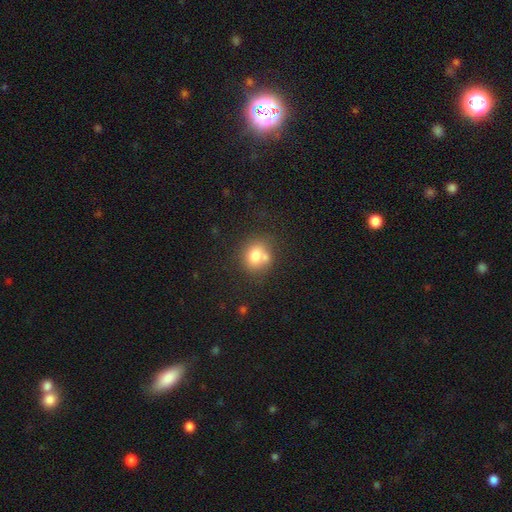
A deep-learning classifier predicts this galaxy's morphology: smooth 74%, featured or disk 14%, star or artifact 11%. Down the decision tree: how rounded — round (76%); merging — none (54%).